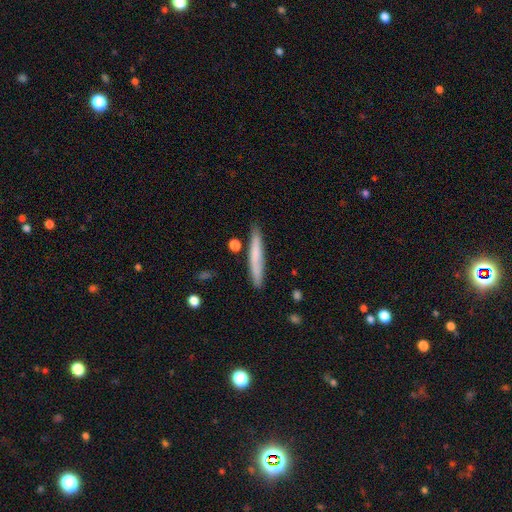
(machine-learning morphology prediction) Overall: smooth (69%). How rounded: cigar-shaped (95%). Merging: none (84%).